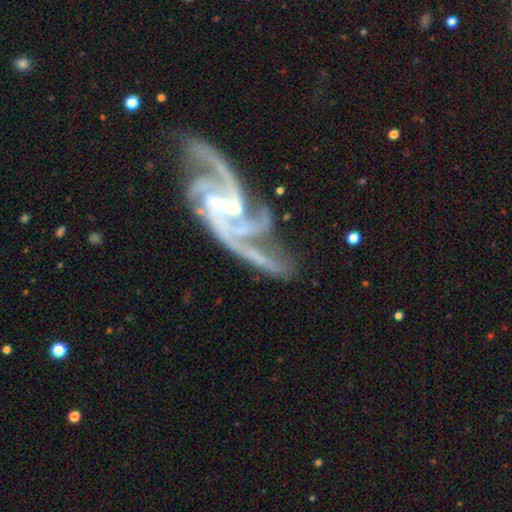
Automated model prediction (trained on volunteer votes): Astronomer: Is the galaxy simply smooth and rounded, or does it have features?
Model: featured or disk — 92%.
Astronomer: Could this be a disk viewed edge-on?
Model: no — 97%.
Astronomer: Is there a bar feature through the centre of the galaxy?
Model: strong — 37%, tied with weak at 37%.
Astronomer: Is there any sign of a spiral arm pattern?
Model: yes — 99%.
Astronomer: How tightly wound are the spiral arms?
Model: medium — 57%.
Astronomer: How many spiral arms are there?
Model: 3 — 43% (runner-up: 2, 21%).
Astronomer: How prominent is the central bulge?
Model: small — 75%.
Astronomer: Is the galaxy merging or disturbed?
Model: none — 58%.